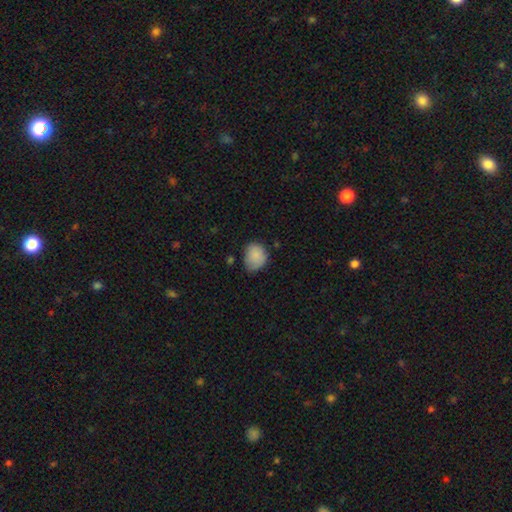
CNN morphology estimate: Smooth or featured?
  - smooth: 86% *
  - star or artifact: 8%
  - featured or disk: 6%
How rounded?
  - round: 52% *
  - in between: 47%
  - cigar-shaped: 1%
Merging?
  - none: 59% *
  - minor disturbance: 32%
  - major disturbance: 6%
  - merger: 2%